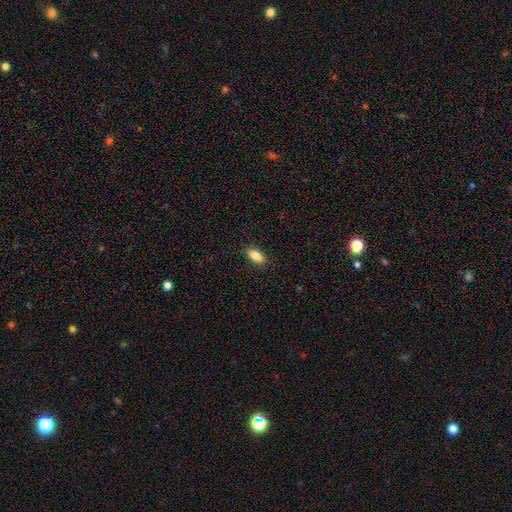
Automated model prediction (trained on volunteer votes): A smooth galaxy with no disk features (82%) that is in between round and cigar-shaped (85%). Merging: none (88%).